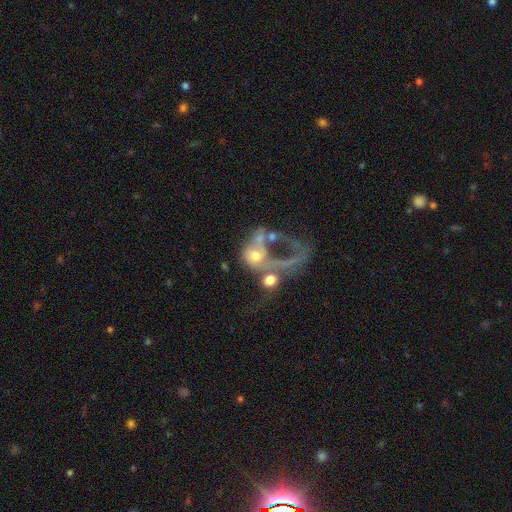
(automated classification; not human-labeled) The model was most divided on "bulge size": moderate: 45%, small: 28%, none: 14%, large: 10%, dominant: 3%. More confident: edge-on disk — no (96%); bar — no (80%); spiral arms — no (65%); smooth or featured — featured or disk (55%); merging — merger (51%).